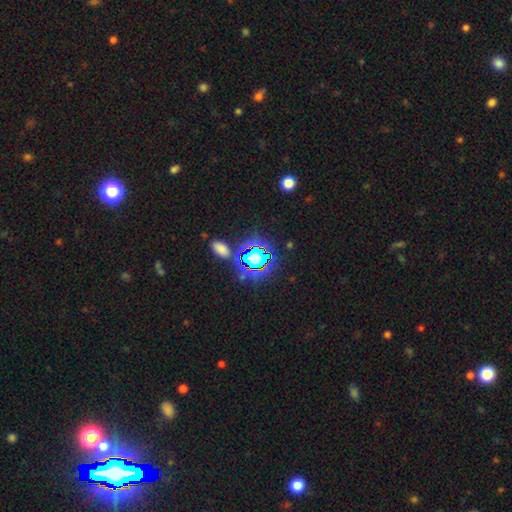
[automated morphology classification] smooth_or_featured: star or artifact (p=0.72) [alt: smooth p=0.19]